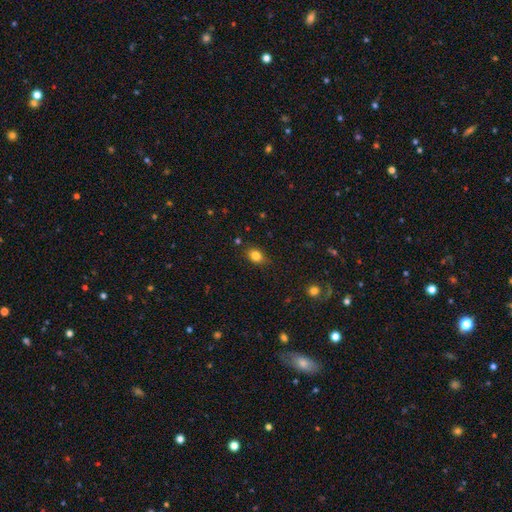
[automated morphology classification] type=smooth (82%); roundness=in between (60%); merging=none (81%).